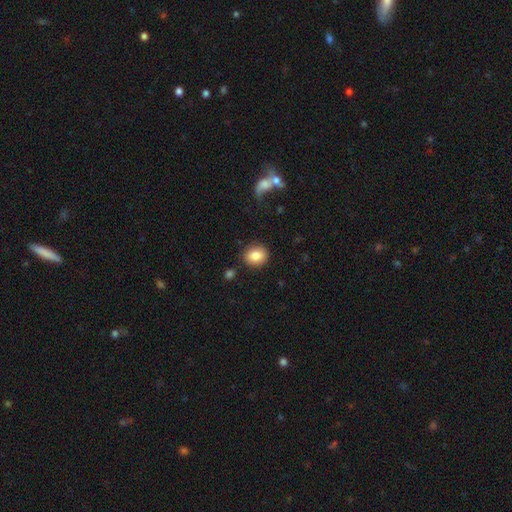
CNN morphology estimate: Smooth or featured?
  - smooth: 84% *
  - star or artifact: 8%
  - featured or disk: 8%
How rounded?
  - round: 66% *
  - in between: 33%
  - cigar-shaped: 1%
Merging?
  - none: 85% *
  - minor disturbance: 9%
  - major disturbance: 3%
  - merger: 3%